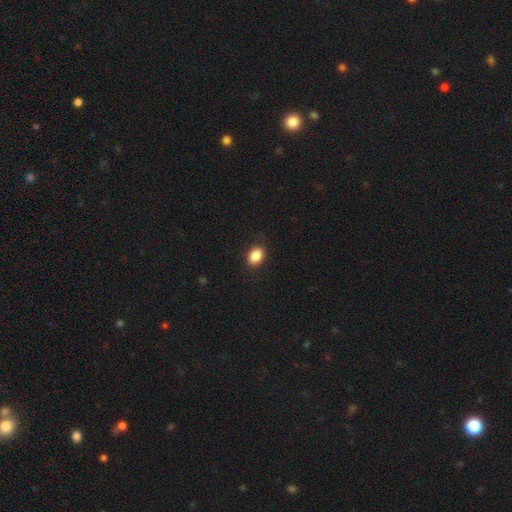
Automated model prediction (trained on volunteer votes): smooth 88%, star or artifact 8%, featured or disk 4%. Down the decision tree: how rounded — in between (77%); merging — none (87%).